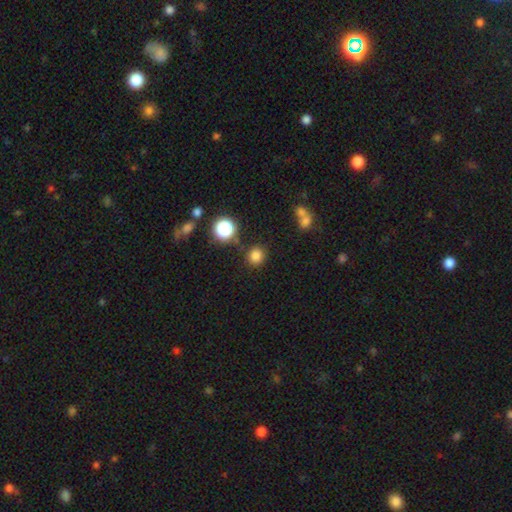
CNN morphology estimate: This appears to be a smooth galaxy with no disk features (80%) that is round (87%). Merging: none (83%).